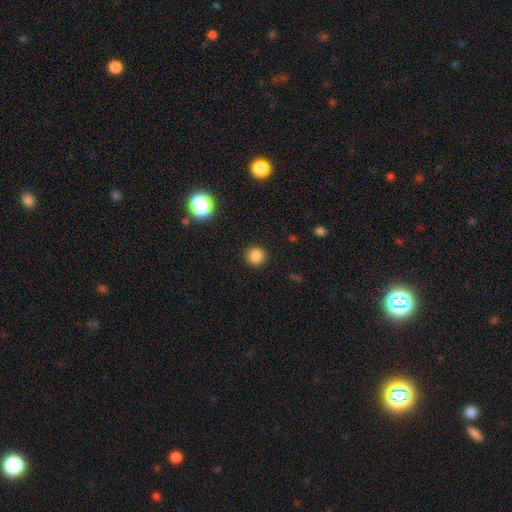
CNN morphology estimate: This is clearly a smooth galaxy (84%). How rounded: clearly round (94%). Merging: clearly none (92%).